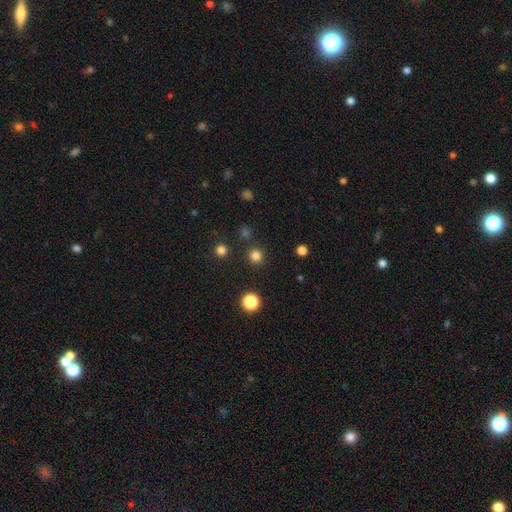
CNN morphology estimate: smooth 80%, star or artifact 16%, featured or disk 4%. Down the decision tree: how rounded — round (94%); merging — none (89%).